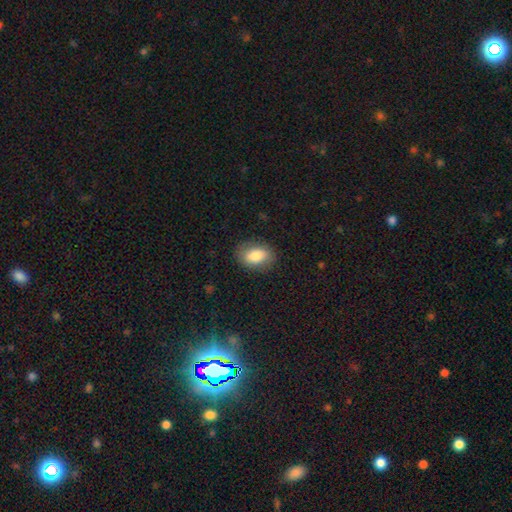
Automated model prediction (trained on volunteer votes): A smooth galaxy with no disk features (82%) that is in between round and cigar-shaped (83%).

Vote fractions:
- Smooth or featured? smooth: 82% / featured or disk: 11% / star or artifact: 7%
- How rounded? in between: 83% / round: 16% / cigar-shaped: 2%
- Merging? none: 83% / minor disturbance: 12% / major disturbance: 4% / merger: 1%